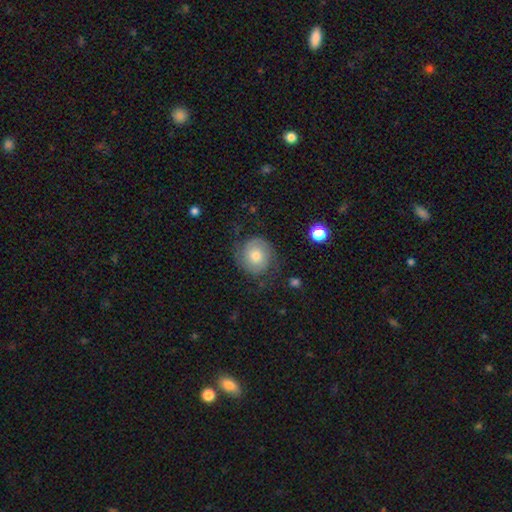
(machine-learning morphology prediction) A featured or disk galaxy (62%) with no bar (78%), 2 (81%) tight (49%) spiral arms (89%) and a moderate central bulge (65%). Merging: none (71%).